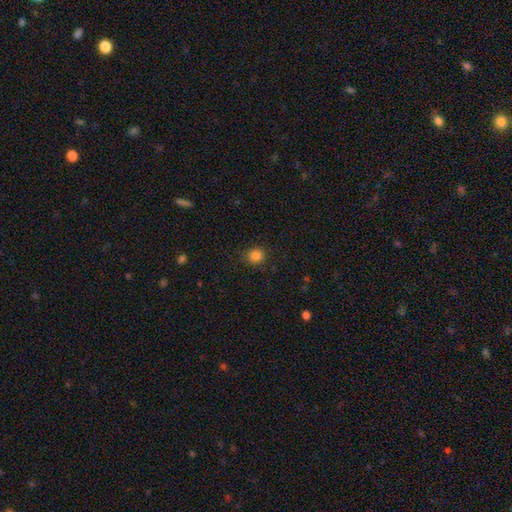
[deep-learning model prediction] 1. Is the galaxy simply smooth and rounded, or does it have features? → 84% smooth, 12% star or artifact, 4% featured or disk.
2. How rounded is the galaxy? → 86% round, 14% in between, 1% cigar-shaped.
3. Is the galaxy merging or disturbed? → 87% none, 9% minor disturbance, 3% major disturbance, 1% merger.